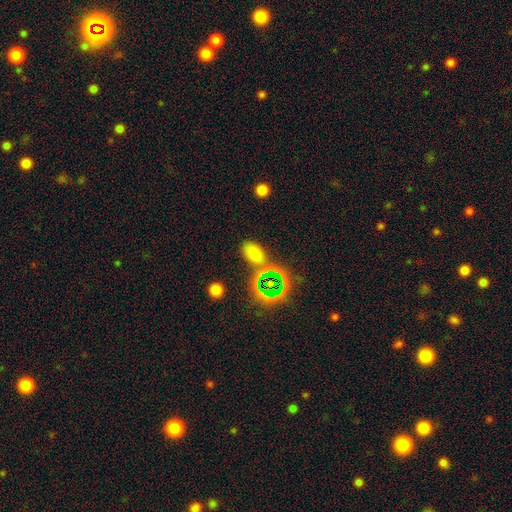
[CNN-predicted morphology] Overall: smooth (65%; star or artifact 26%). How rounded: in between (86%). Merging: none (63%).